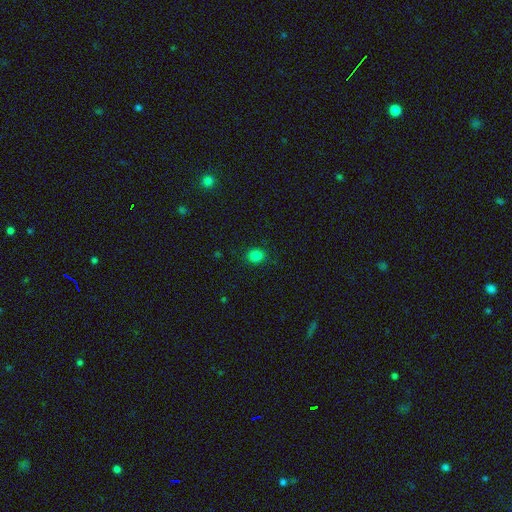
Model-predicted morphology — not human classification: Q: Smooth or featured?
A: smooth (83%); runner-up: star or artifact (14%)
Q: How rounded?
A: round (72%); runner-up: in between (27%)
Q: Merging?
A: none (89%); runner-up: minor disturbance (8%)